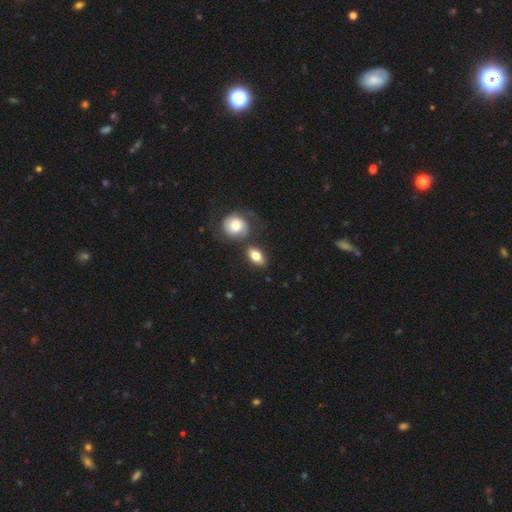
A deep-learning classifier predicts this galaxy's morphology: This appears to be a smooth galaxy with no disk features (76%) that is in between round and cigar-shaped (83%). Merging: none (64%).